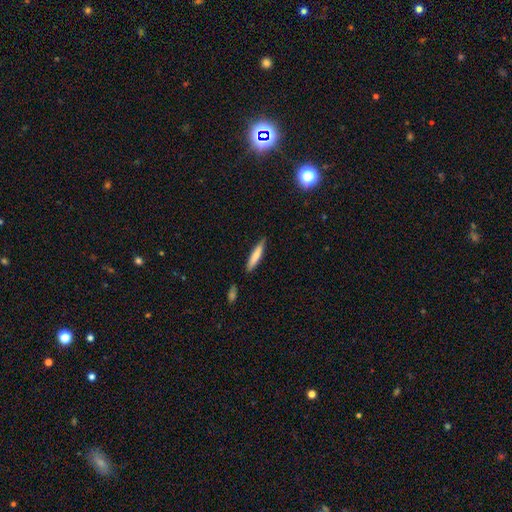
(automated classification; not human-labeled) The model was most divided on "smooth or featured": smooth: 75%, featured or disk: 19%, star or artifact: 6%. More confident: how rounded — cigar-shaped (87%); merging — none (84%).